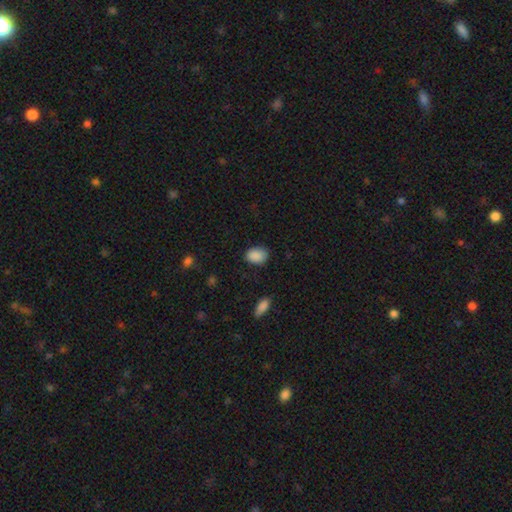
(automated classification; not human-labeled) A smooth galaxy with no disk features (89%) that is in between round and cigar-shaped (74%). Merging: none (79%).